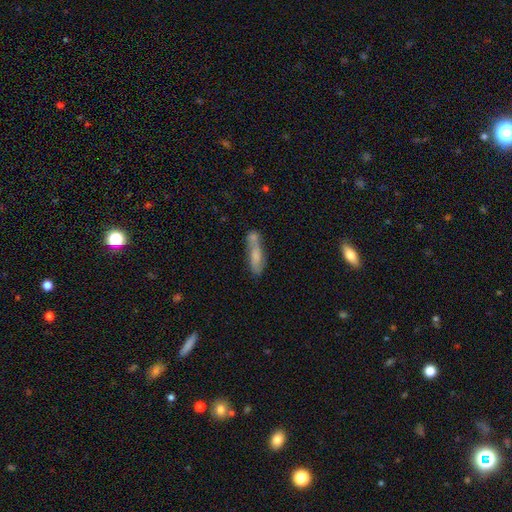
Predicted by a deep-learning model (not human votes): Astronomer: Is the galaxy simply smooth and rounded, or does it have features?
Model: smooth — 65%.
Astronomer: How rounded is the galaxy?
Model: cigar-shaped — 57% (runner-up: in between, 40%).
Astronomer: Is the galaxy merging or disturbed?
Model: none — 39% (runner-up: merger, 37%).